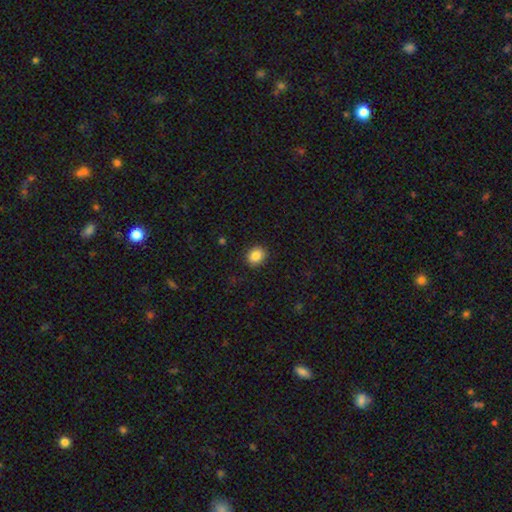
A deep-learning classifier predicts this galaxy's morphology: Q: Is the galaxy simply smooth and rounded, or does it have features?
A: smooth — 86%.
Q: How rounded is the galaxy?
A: round — 65%.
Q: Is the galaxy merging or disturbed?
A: none — 88%.